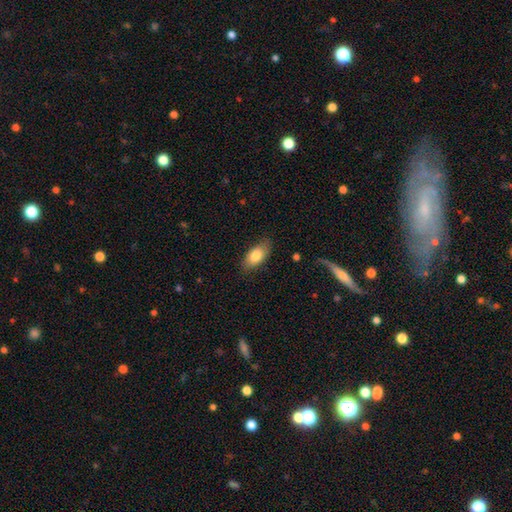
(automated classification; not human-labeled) Smooth or featured?
  - smooth: 81% *
  - featured or disk: 13%
  - star or artifact: 6%
How rounded?
  - in between: 90% *
  - cigar-shaped: 6%
  - round: 4%
Merging?
  - none: 81% *
  - minor disturbance: 14%
  - major disturbance: 3%
  - merger: 1%